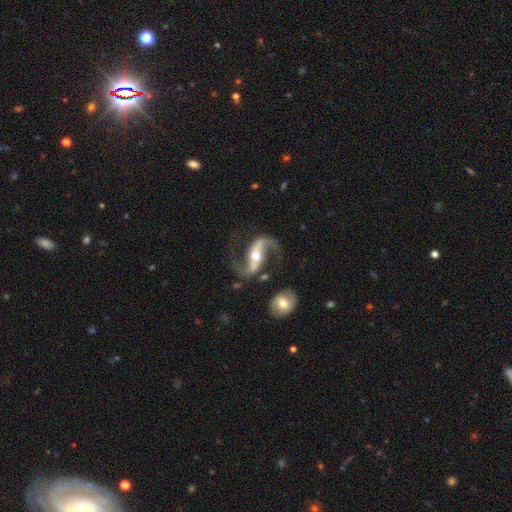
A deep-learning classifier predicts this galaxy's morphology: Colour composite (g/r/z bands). It shows a featured or disk galaxy (92%) with a strong bar (51%), 2 (93%) loose (64%) spiral arms (97%) and a moderate central bulge (68%). Merging: none (71%).